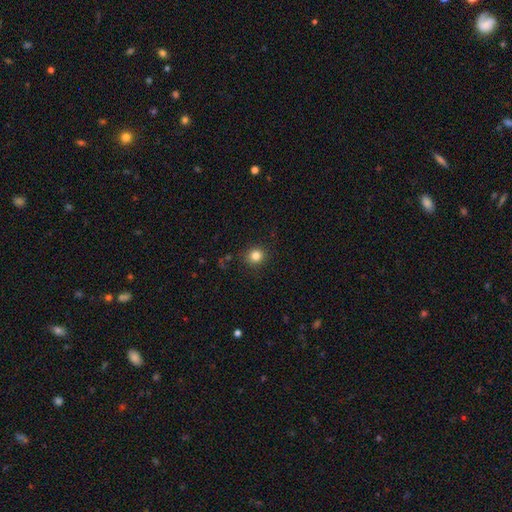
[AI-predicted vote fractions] Overall: smooth (82%). How rounded: round (88%). Merging: none (89%).